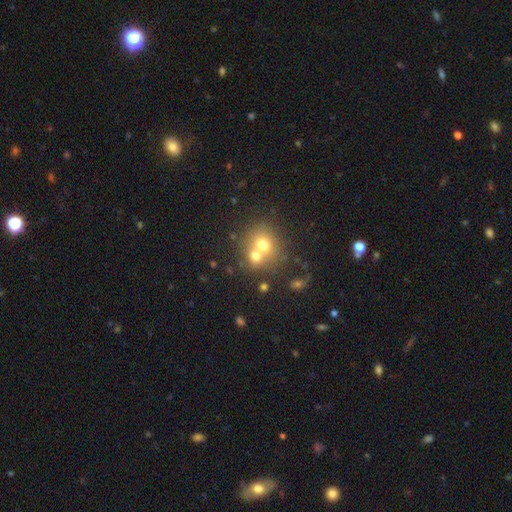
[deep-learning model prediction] smooth 66%, featured or disk 21%, star or artifact 13%. Down the decision tree: how rounded — round (74%); merging — merger (58%).